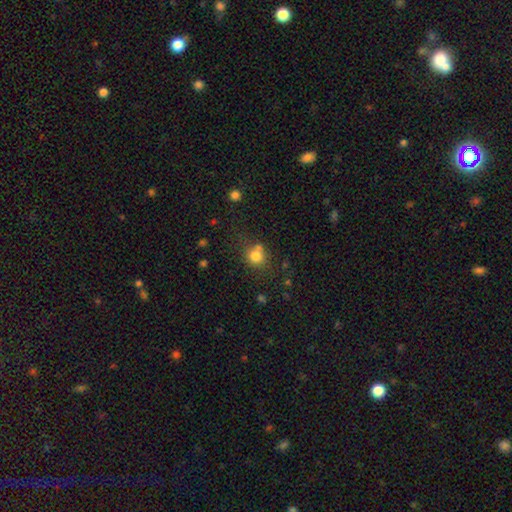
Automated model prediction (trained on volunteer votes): Smooth or featured: smooth — 79% (star or artifact — 13%)
How rounded: round — 82% (in between — 18%)
Merging: none — 60% (merger — 18%)